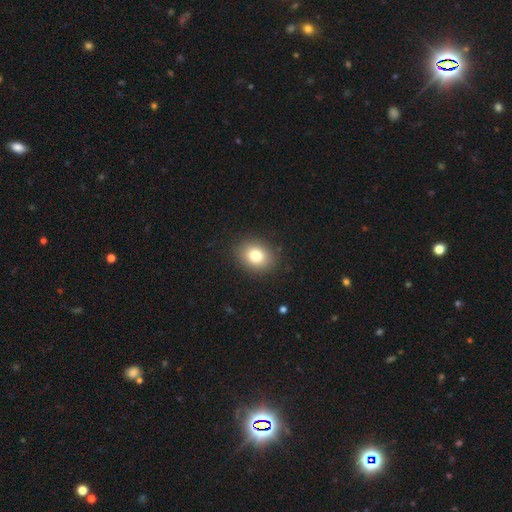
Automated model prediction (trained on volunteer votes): This appears to be a smooth galaxy with no disk features (79%) that is in between round and cigar-shaped (50%). Merging: none (88%).